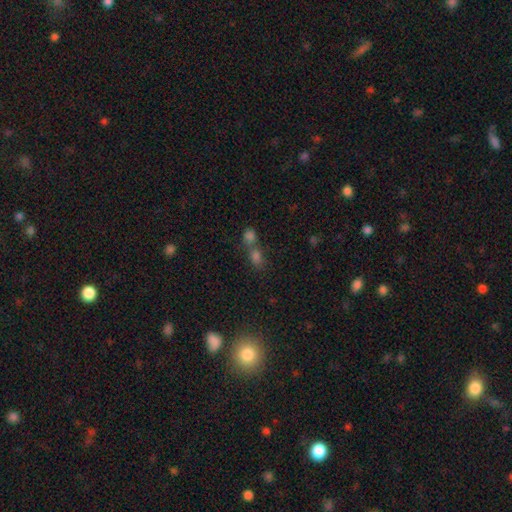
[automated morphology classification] Smooth or featured: smooth — 64% (star or artifact — 27%)
How rounded: in between — 50% (round — 46%)
Merging: merger — 44% (tied with none — 44%)